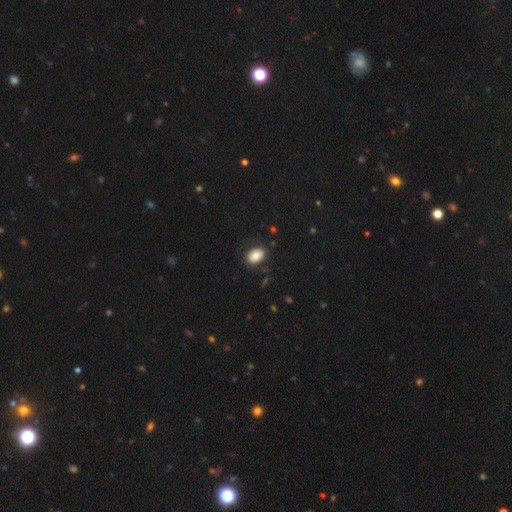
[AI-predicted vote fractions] smooth_or_featured: smooth (p=0.82) [alt: featured or disk p=0.10]
how_rounded: in between (p=0.77) [alt: round p=0.22]
merging: none (p=0.82) [alt: minor disturbance p=0.13]